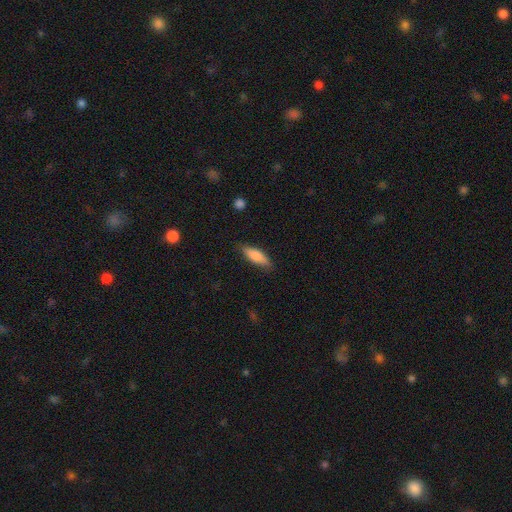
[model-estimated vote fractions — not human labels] Smooth or featured?
  - smooth: 80% *
  - featured or disk: 14%
  - star or artifact: 6%
How rounded?
  - in between: 56% *
  - cigar-shaped: 42%
  - round: 2%
Merging?
  - none: 82% *
  - minor disturbance: 14%
  - major disturbance: 3%
  - merger: 1%